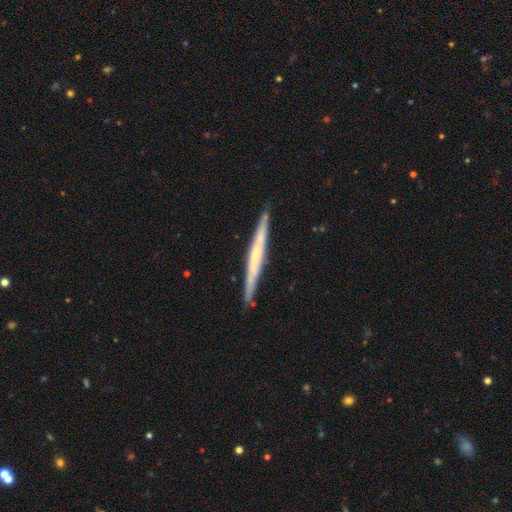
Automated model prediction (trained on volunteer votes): Morphology: type=featured or disk (67%); edge-on=yes (97%); edge-on bulge=none (47%); merging=none (89%).